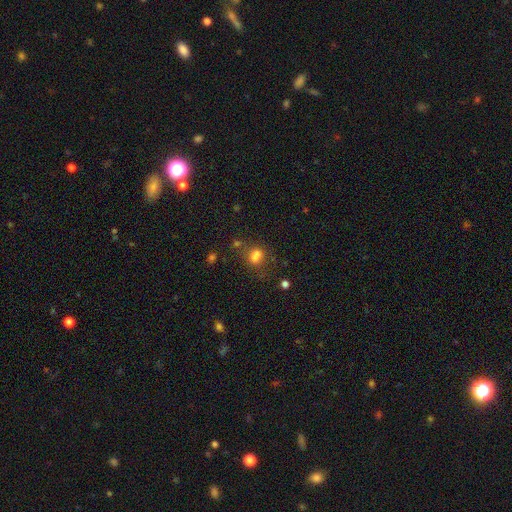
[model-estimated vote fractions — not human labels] smooth-or-featured: smooth: 69% | star or artifact: 18% | featured or disk: 14%
  how-rounded: in between: 56% | round: 41% | cigar-shaped: 3%
  merging: none: 47% | merger: 26% | minor disturbance: 16% | major disturbance: 10%